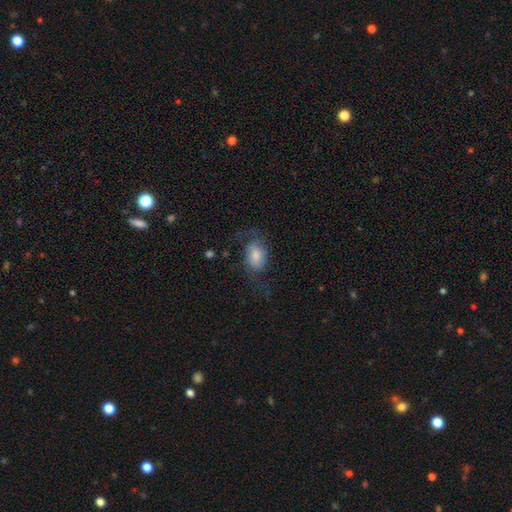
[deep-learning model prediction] This appears to be a smooth galaxy with no disk features (61%) that is in between round and cigar-shaped (80%). Merging: none (45%).